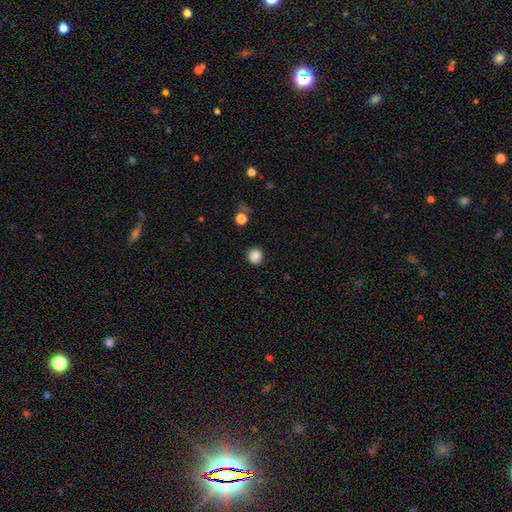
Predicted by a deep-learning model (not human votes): smooth-or-featured: smooth: 85% | star or artifact: 10% | featured or disk: 5%
  how-rounded: round: 88% | in between: 11% | cigar-shaped: 1%
  merging: none: 87% | minor disturbance: 9% | major disturbance: 2% | merger: 2%